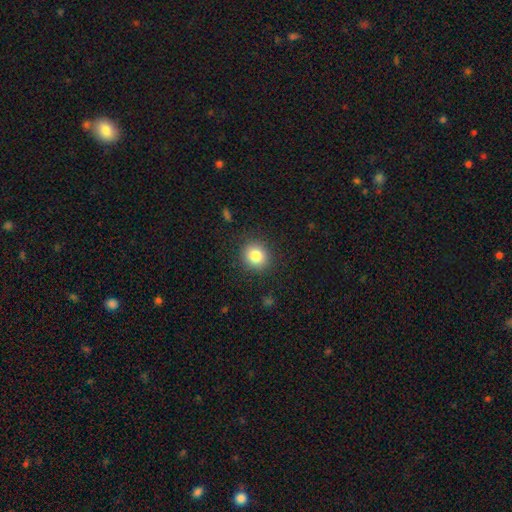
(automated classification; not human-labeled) Smooth or featured?
  - smooth: 82% *
  - star or artifact: 10%
  - featured or disk: 7%
How rounded?
  - round: 85% *
  - in between: 14%
  - cigar-shaped: 1%
Merging?
  - none: 88% *
  - minor disturbance: 8%
  - major disturbance: 3%
  - merger: 1%